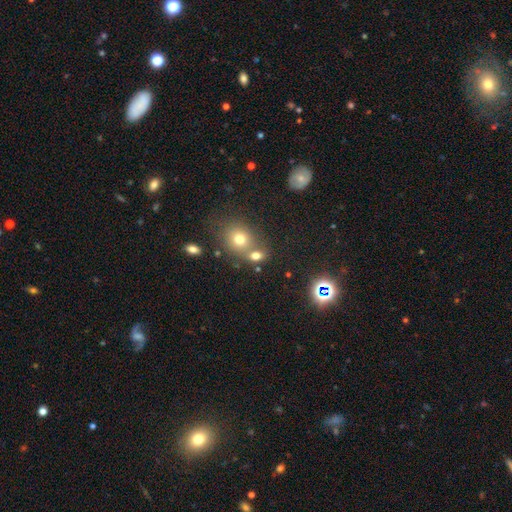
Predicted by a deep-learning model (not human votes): Smooth or featured?
  - smooth: 69% *
  - star or artifact: 20%
  - featured or disk: 11%
How rounded?
  - round: 53% *
  - in between: 45%
  - cigar-shaped: 2%
Merging?
  - none: 47% *
  - merger: 39%
  - minor disturbance: 10%
  - major disturbance: 4%